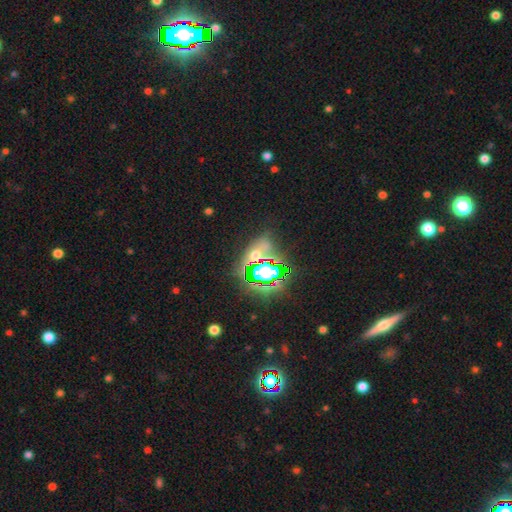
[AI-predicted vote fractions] star or artifact 57%, smooth 28%, featured or disk 15%.